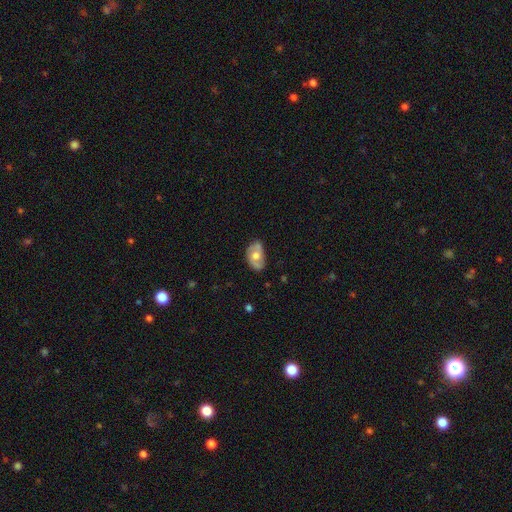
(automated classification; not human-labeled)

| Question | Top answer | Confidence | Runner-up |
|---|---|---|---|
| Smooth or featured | featured or disk | 52% | smooth (41%) |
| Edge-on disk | no | 94% | yes (6%) |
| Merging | none | 64% | minor disturbance (27%) |